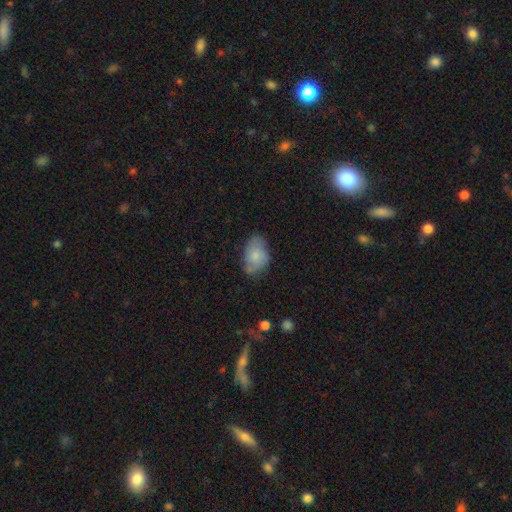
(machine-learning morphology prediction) A smooth galaxy with no disk features (71%) that is in between round and cigar-shaped (87%).

Vote fractions:
- Smooth or featured? smooth: 71% / featured or disk: 22% / star or artifact: 7%
- How rounded? in between: 87% / round: 12% / cigar-shaped: 1%
- Merging? none: 59% / minor disturbance: 31% / major disturbance: 8% / merger: 2%